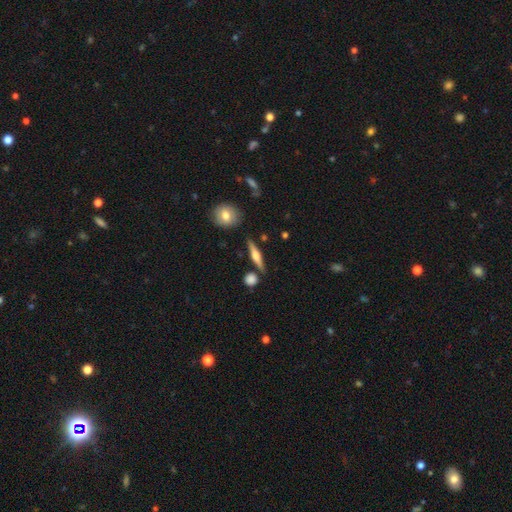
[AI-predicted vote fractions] A featured or disk galaxy (59%) viewed edge-on (96%) with a rounded central bulge (88%). Merging: none (84%).